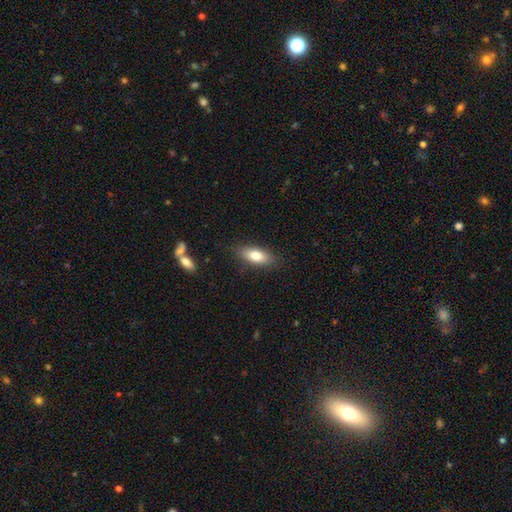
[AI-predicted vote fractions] Overall: smooth (78%). How rounded: in between (78%). Merging: none (84%).